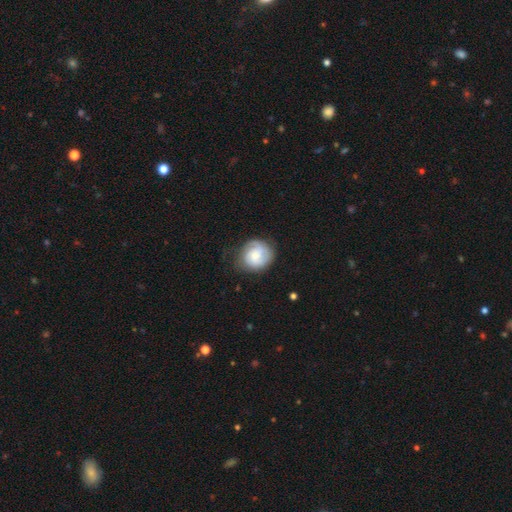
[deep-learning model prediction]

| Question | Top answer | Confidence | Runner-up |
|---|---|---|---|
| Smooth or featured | featured or disk | 52% | smooth (42%) |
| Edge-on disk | no | 98% | yes (2%) |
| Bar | no | 69% | weak (27%) |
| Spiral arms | yes | 87% | no (13%) |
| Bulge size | small | 46% | moderate (44%) |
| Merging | none | 66% | minor disturbance (23%) |